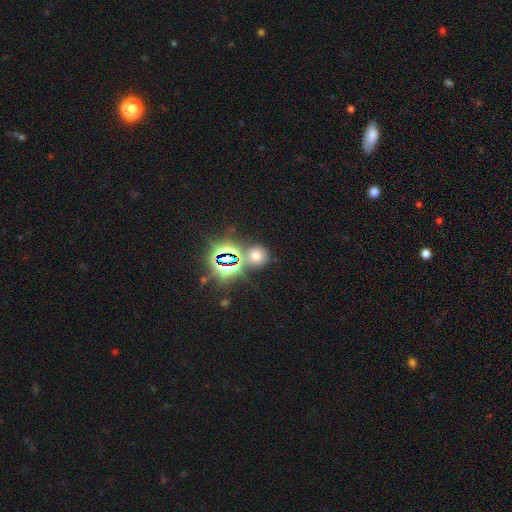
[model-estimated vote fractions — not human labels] This appears to be a smooth galaxy with no disk features (52%) that is round (79%). Merging: none (71%).